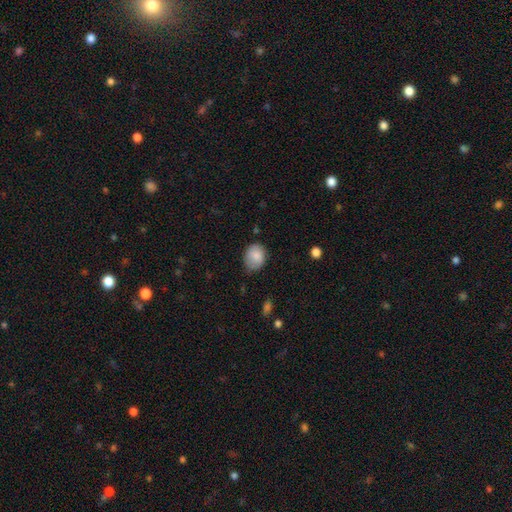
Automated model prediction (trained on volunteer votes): The model was most divided on "how rounded": in between: 55%, round: 45%, cigar-shaped: 1%. More confident: smooth or featured — smooth (85%); merging — none (65%).